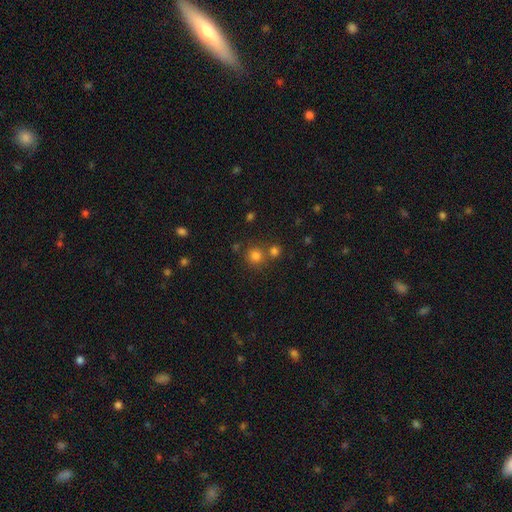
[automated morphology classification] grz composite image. It shows a smooth galaxy with no disk features (78%) that is round (91%). Merging: none (68%).